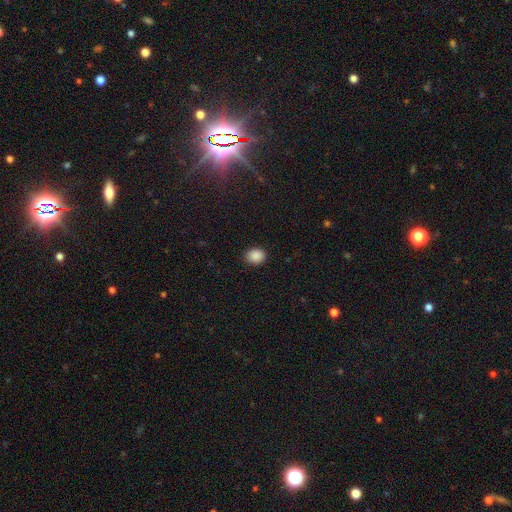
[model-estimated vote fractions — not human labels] Overall: smooth (89%). How rounded: round (56%; in between 43%). Merging: none (89%).